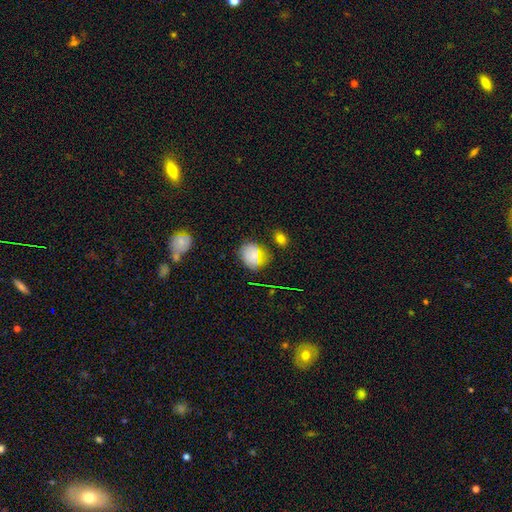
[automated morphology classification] Overall: smooth (72%). How rounded: round (54%; in between 44%). Merging: none (78%).